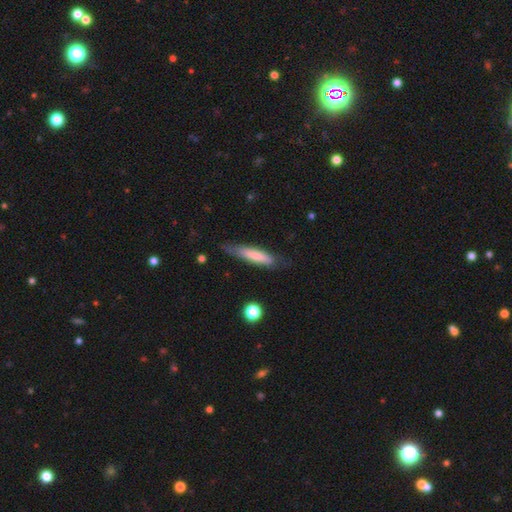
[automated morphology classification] This is likely a smooth galaxy (70%). How rounded: clearly cigar-shaped (84%). Merging: likely none (69%).